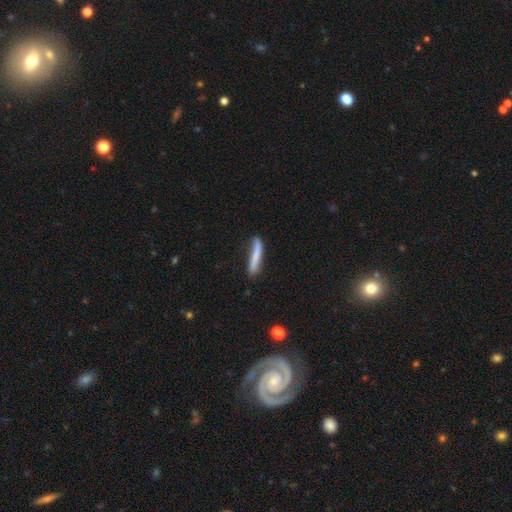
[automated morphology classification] smooth 74%, featured or disk 20%, star or artifact 6%. Down the decision tree: how rounded — cigar-shaped (94%); merging — none (74%).